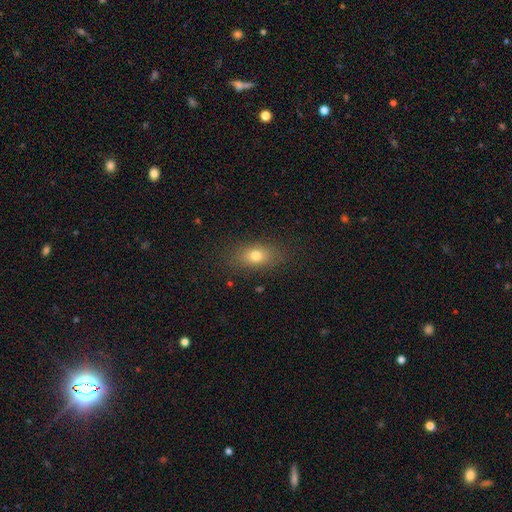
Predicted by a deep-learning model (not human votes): This appears to be a smooth galaxy with no disk features (76%) that is in between round and cigar-shaped (79%). Merging: none (83%).